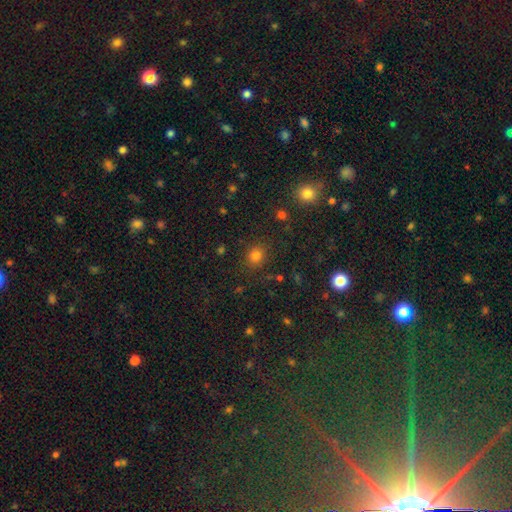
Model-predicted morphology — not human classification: smooth 77%, star or artifact 17%, featured or disk 6%. Down the decision tree: how rounded — round (78%); merging — none (85%).